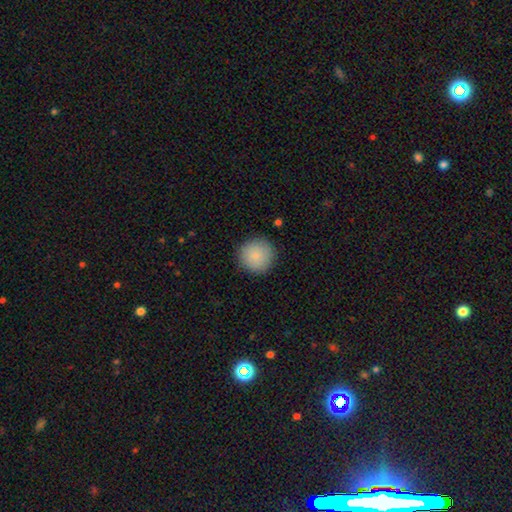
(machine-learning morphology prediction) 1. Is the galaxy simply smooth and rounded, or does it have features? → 86% smooth, 7% star or artifact, 6% featured or disk.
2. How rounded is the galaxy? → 95% round, 4% in between, 1% cigar-shaped.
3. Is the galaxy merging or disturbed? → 89% none, 8% minor disturbance, 2% major disturbance, 1% merger.